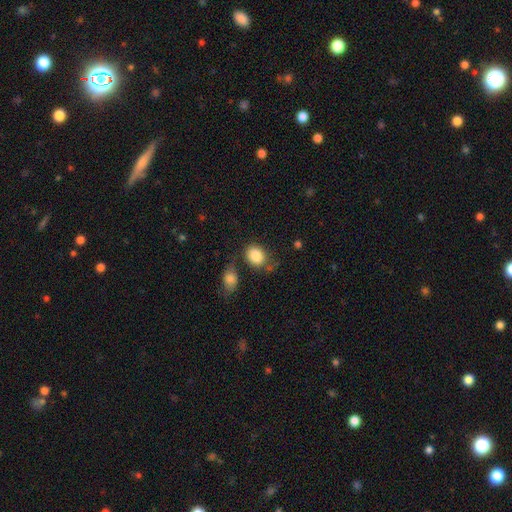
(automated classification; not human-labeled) The model was most divided on "how rounded": in between: 51%, round: 48%, cigar-shaped: 1%. More confident: smooth or featured — smooth (86%); merging — none (58%).